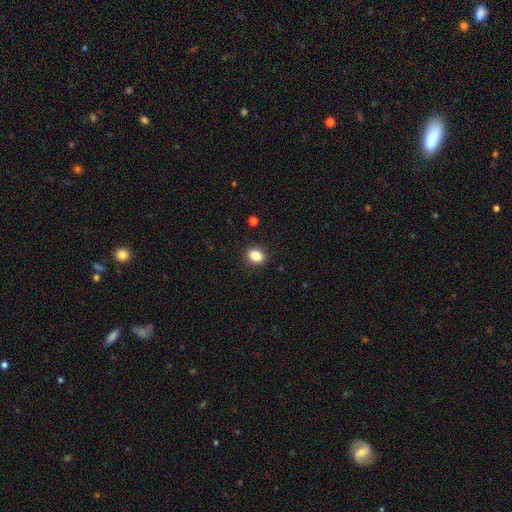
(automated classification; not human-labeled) Overall: smooth (84%). How rounded: in between (53%; round 46%). Merging: none (90%).